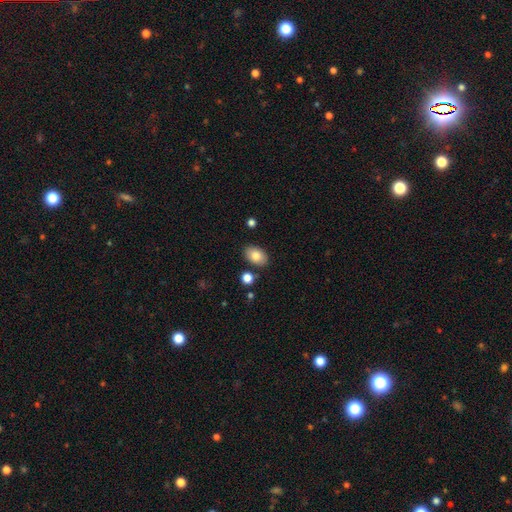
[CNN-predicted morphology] type=smooth (83%); roundness=in between (88%); merging=none (84%).